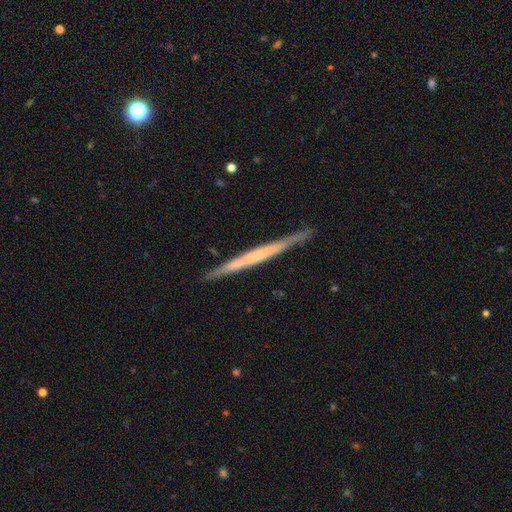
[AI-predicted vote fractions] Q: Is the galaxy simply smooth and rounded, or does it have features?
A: featured or disk — 63%.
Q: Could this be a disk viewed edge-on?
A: yes — 98%.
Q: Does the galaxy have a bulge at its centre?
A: none — 72%.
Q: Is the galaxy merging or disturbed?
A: none — 89%.